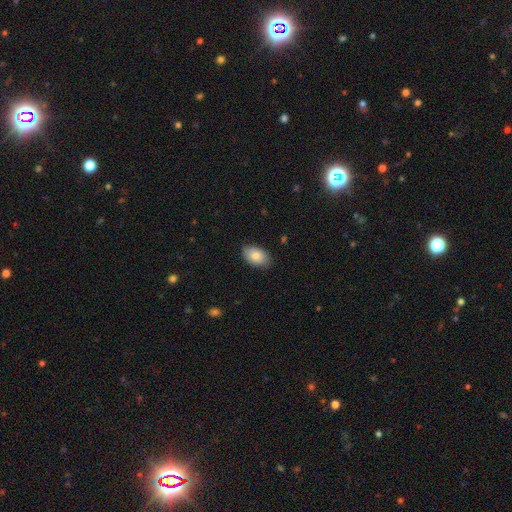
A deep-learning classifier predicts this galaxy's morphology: smooth_or_featured: smooth (p=0.83) [alt: featured or disk p=0.11]
how_rounded: in between (p=0.91) [alt: round p=0.07]
merging: none (p=0.82) [alt: minor disturbance p=0.15]